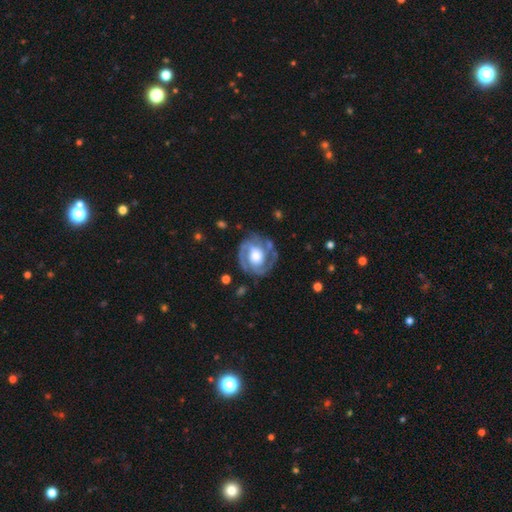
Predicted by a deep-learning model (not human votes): A featured or disk galaxy (83%) with no bar (64%), 2 (74%) tight (53%) spiral arms (93%) and a large central bulge (43%). Merging: none (74%).